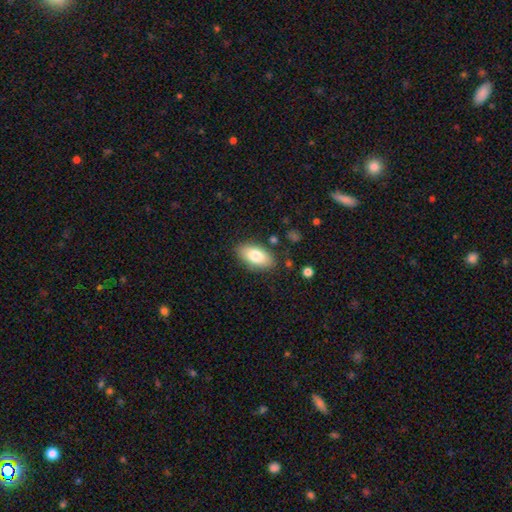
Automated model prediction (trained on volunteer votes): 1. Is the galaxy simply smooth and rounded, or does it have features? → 79% smooth, 14% featured or disk, 7% star or artifact.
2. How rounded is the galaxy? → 92% in between, 4% cigar-shaped, 4% round.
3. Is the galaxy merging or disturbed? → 84% none, 11% minor disturbance, 3% major disturbance, 2% merger.